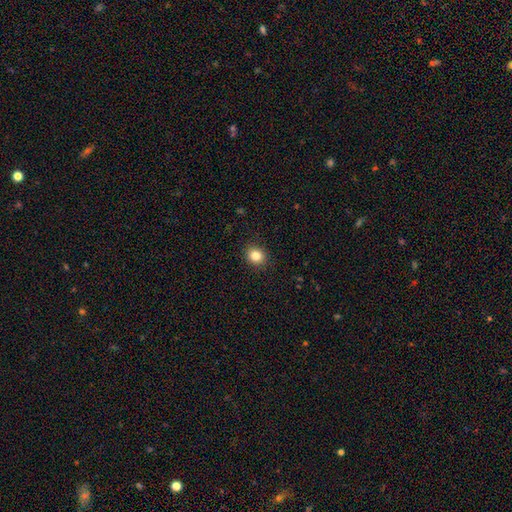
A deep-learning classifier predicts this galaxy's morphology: Q: Smooth or featured?
A: smooth (84%); runner-up: star or artifact (11%)
Q: How rounded?
A: round (76%); runner-up: in between (23%)
Q: Merging?
A: none (90%); runner-up: minor disturbance (7%)